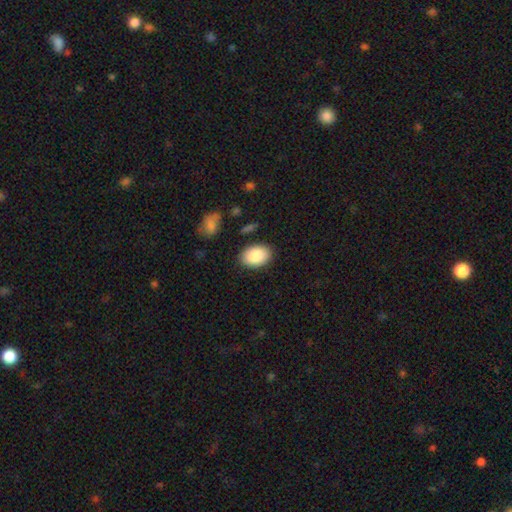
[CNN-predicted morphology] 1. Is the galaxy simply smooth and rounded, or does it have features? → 87% smooth, 7% star or artifact, 6% featured or disk.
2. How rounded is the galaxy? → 87% in between, 12% round, 1% cigar-shaped.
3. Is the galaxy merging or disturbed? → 86% none, 10% minor disturbance, 3% major disturbance, 2% merger.